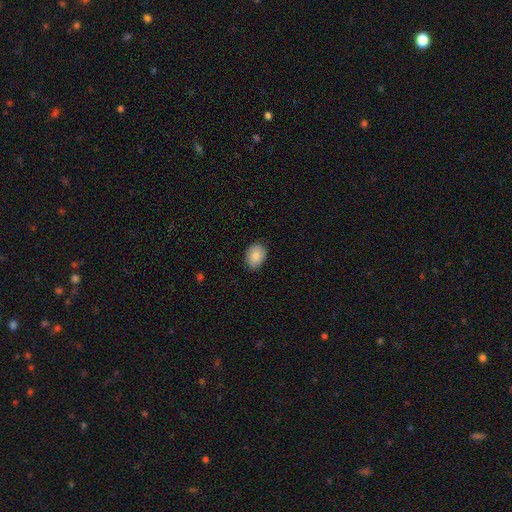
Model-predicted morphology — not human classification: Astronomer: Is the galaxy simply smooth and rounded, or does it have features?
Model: smooth — 86%.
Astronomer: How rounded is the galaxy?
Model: in between — 68%.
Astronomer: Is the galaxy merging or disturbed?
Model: none — 83%.